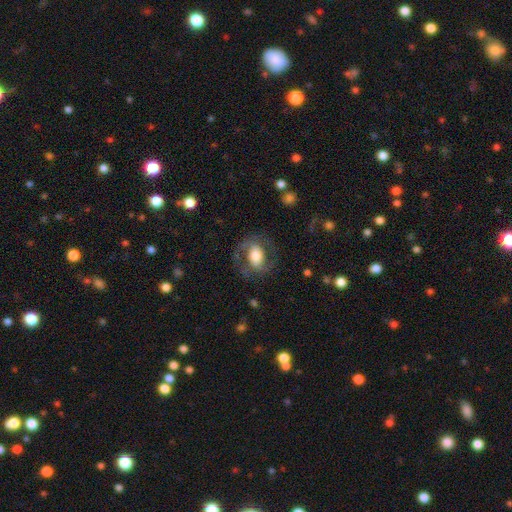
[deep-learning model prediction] This is possibly a featured or disk galaxy (57%). It is clearly not viewed edge-on (96%). Bar: marginally no (43%). Spiral arm pattern: likely yes (71%). Central bulge: possibly moderate (51%). Merging: likely none (70%).